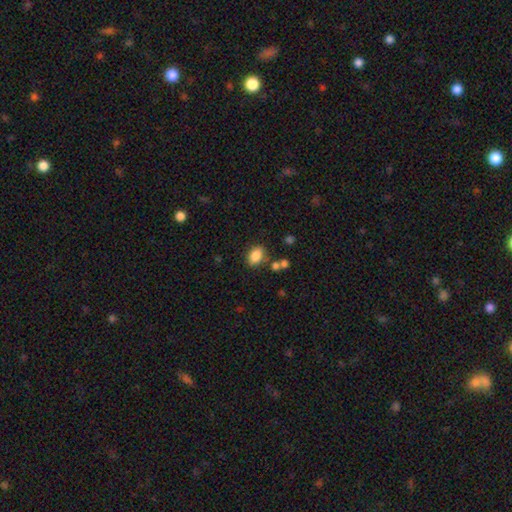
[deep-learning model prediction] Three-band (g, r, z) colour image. It shows a smooth galaxy with no disk features (85%) that is in between round and cigar-shaped (82%). Merging: none (75%).